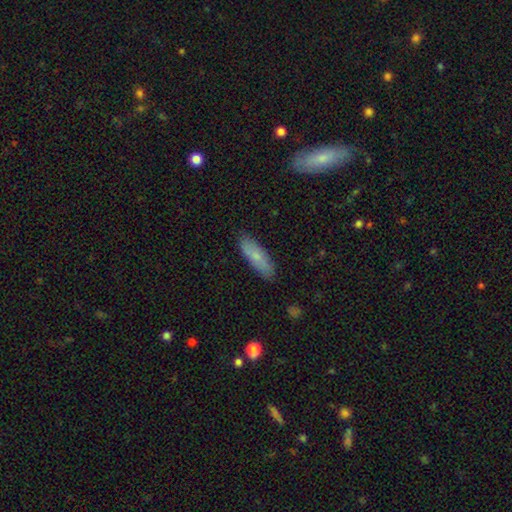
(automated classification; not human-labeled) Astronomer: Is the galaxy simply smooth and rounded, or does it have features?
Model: smooth — 74%.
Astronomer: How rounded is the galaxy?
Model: cigar-shaped — 51% (runner-up: in between, 47%).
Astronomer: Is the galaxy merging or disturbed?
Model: none — 86%.